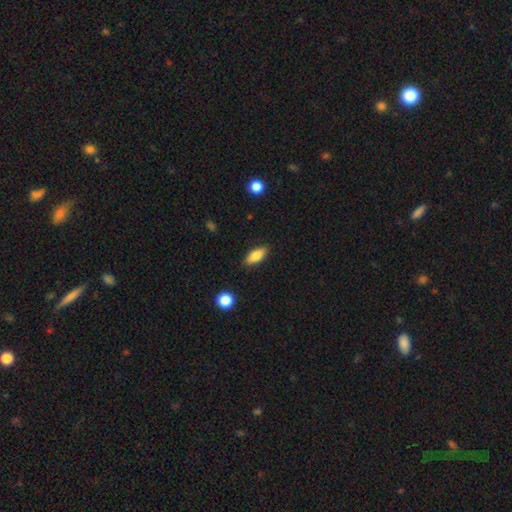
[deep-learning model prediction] A smooth galaxy with no disk features (81%) that is in between round and cigar-shaped (81%). Merging: none (87%).